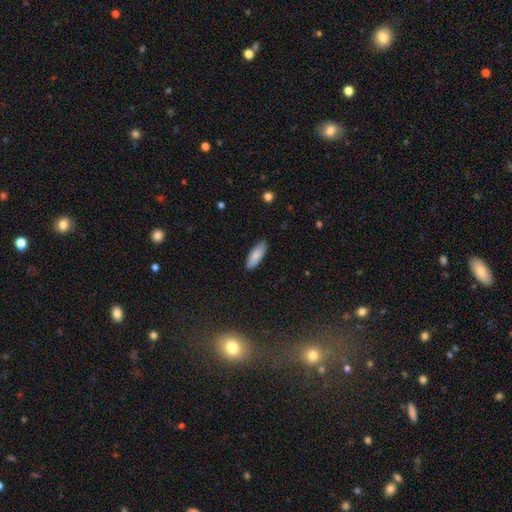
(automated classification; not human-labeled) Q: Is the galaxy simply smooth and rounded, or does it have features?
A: smooth — 86%.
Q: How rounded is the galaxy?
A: in between — 60%.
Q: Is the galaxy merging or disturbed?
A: none — 88%.